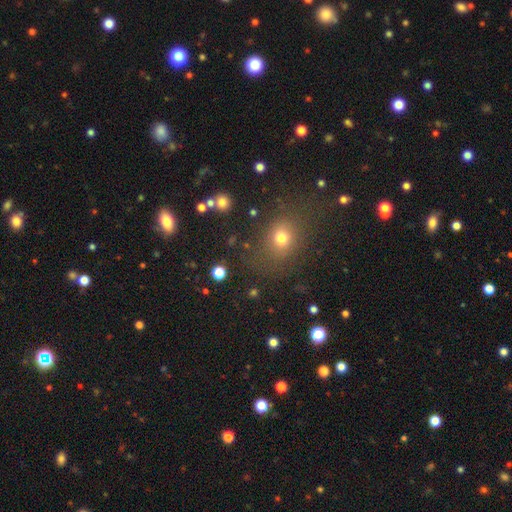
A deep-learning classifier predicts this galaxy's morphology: This appears to be a smooth galaxy with no disk features (59%) that is round (68%). Merging: none (85%).